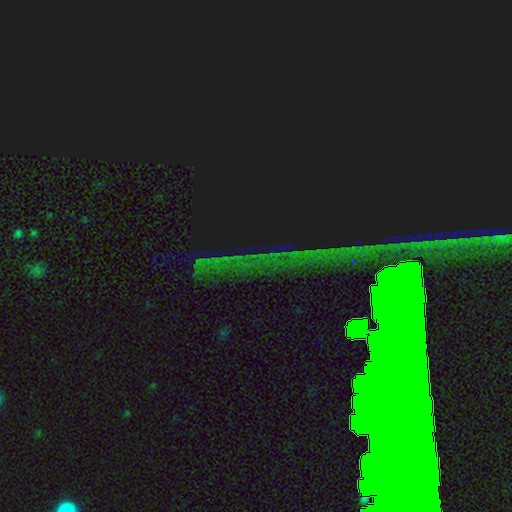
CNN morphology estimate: Overall: star or artifact (81%).